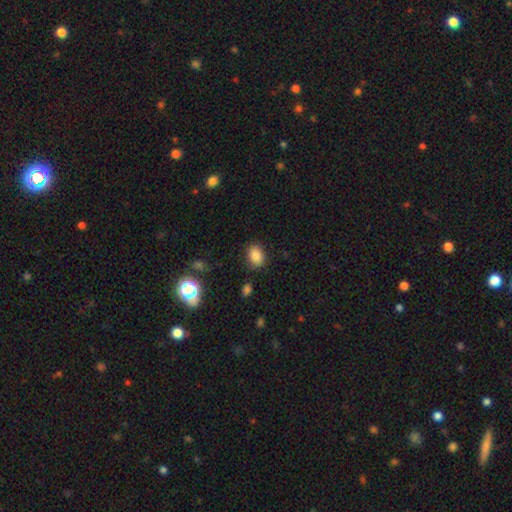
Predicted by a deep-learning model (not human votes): The model was most divided on "how rounded": in between: 66%, round: 33%, cigar-shaped: 1%. More confident: merging — none (84%); smooth or featured — smooth (83%).